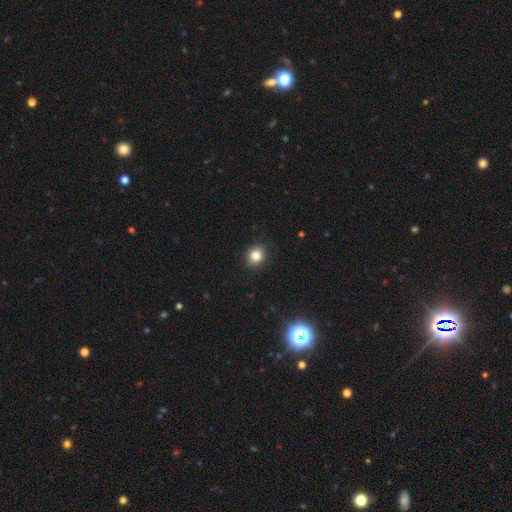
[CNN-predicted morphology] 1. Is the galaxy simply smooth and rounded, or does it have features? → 83% smooth, 12% star or artifact, 6% featured or disk.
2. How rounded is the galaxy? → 73% round, 26% in between, 1% cigar-shaped.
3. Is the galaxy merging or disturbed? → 90% none, 7% minor disturbance, 2% major disturbance, 1% merger.